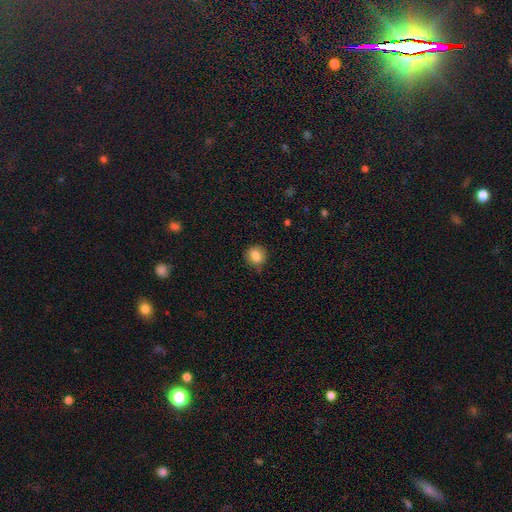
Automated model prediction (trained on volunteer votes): Smooth or featured: smooth — 82% (star or artifact — 9%)
How rounded: round — 70% (in between — 29%)
Merging: none — 77% (minor disturbance — 18%)